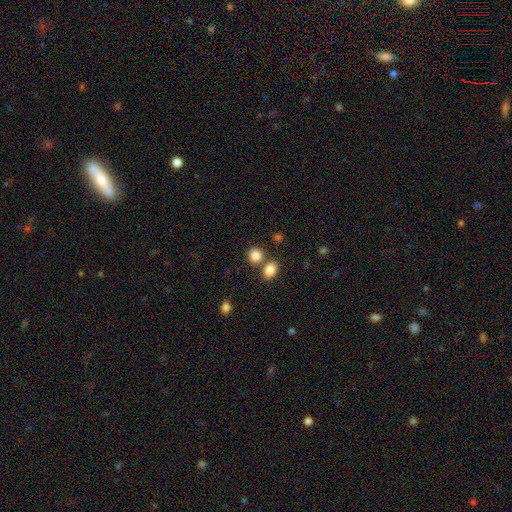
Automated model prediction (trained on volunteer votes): smooth_or_featured: smooth (p=0.85) [alt: star or artifact p=0.10]
how_rounded: round (p=0.73) [alt: in between p=0.26]
merging: none (p=0.63) [alt: merger p=0.25]